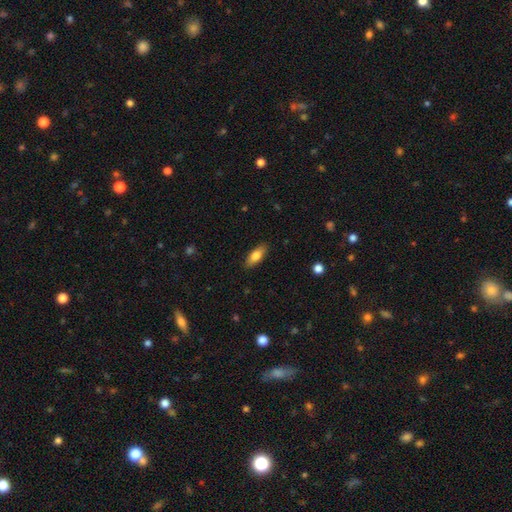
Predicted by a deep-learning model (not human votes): Q: Smooth or featured?
A: smooth (78%); runner-up: featured or disk (15%)
Q: How rounded?
A: in between (75%); runner-up: cigar-shaped (22%)
Q: Merging?
A: none (87%); runner-up: minor disturbance (9%)